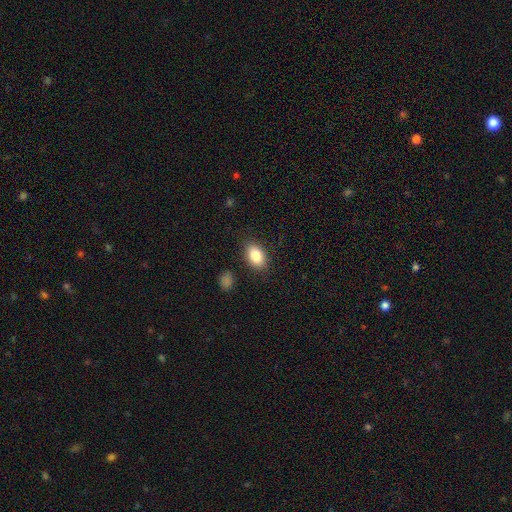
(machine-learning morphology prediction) A smooth galaxy with no disk features (85%) that is in between round and cigar-shaped (89%).

Vote fractions:
- Smooth or featured? smooth: 85% / featured or disk: 7% / star or artifact: 7%
- How rounded? in between: 89% / round: 9% / cigar-shaped: 2%
- Merging? none: 86% / minor disturbance: 10% / major disturbance: 3% / merger: 2%